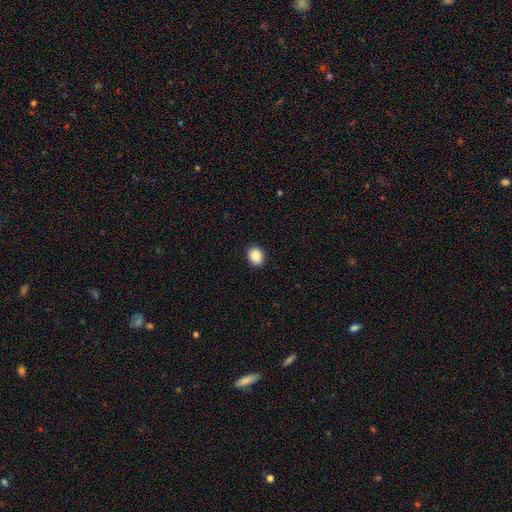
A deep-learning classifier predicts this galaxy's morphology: Smooth or featured?
  - smooth: 89% *
  - star or artifact: 8%
  - featured or disk: 3%
How rounded?
  - round: 63% *
  - in between: 36%
  - cigar-shaped: 1%
Merging?
  - none: 91% *
  - minor disturbance: 6%
  - major disturbance: 2%
  - merger: 1%